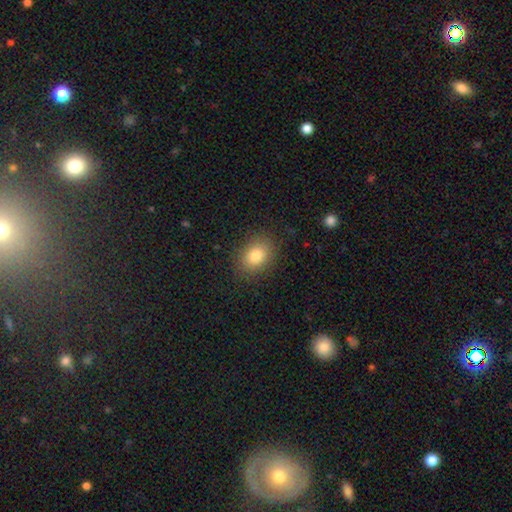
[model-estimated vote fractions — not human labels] Morphology: type=smooth (83%); roundness=in between (70%); merging=none (86%).